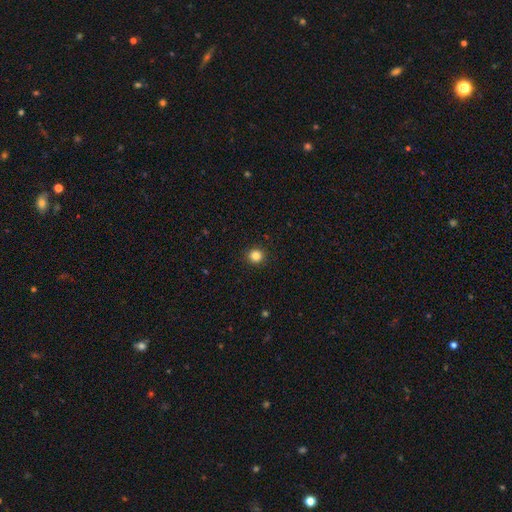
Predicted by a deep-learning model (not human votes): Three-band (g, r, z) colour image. It shows a smooth galaxy with no disk features (84%) that is round (94%). Merging: none (93%).